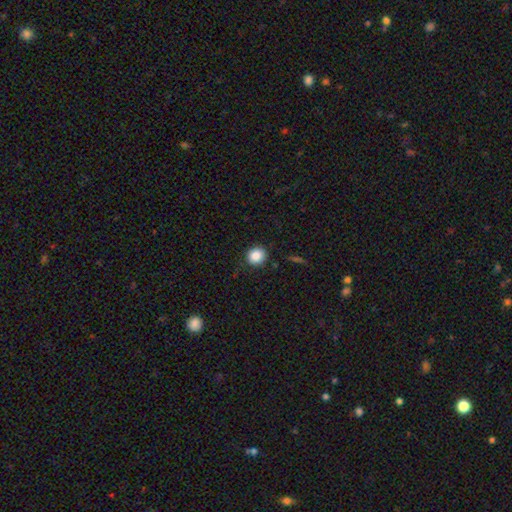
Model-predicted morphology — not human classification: A smooth galaxy with no disk features (86%) that is round (88%). Merging: none (87%).